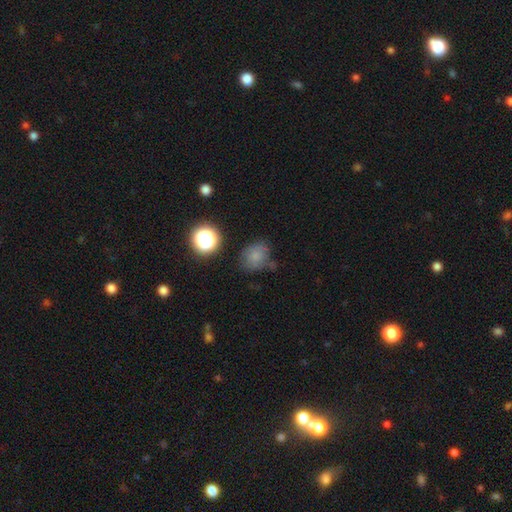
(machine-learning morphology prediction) This appears to be a smooth galaxy with no disk features (75%) that is round (67%). Merging: none (64%).